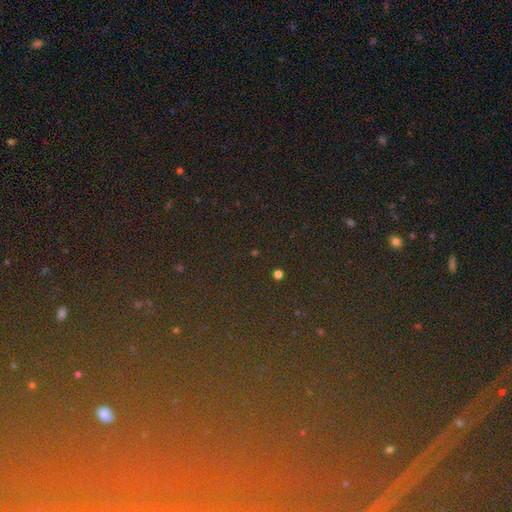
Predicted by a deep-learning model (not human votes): A star or artifact, not a galaxy (79%).

Vote fractions:
- Smooth or featured? star or artifact: 79% / smooth: 11% / featured or disk: 10%